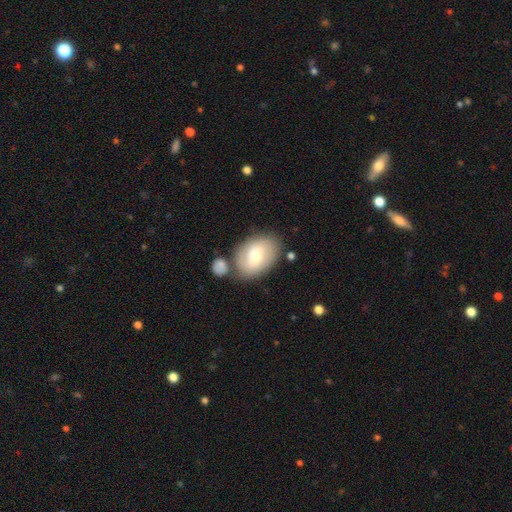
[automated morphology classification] type=smooth (61%); roundness=in between (77%); merging=none (64%).